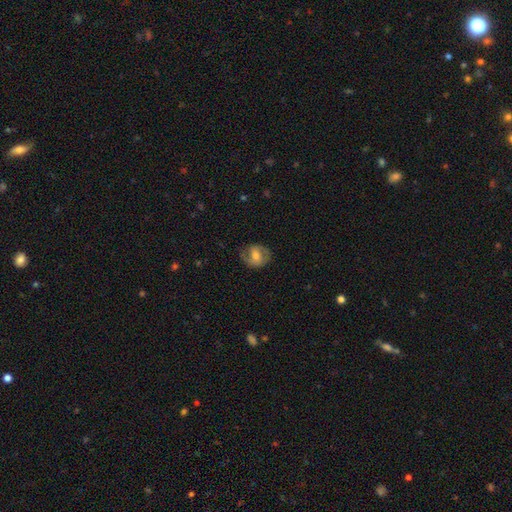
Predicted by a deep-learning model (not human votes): Smooth or featured: featured or disk — 50% (smooth — 43%)
Edge-on disk: no — 96% (yes — 4%)
Merging: none — 69% (minor disturbance — 20%)